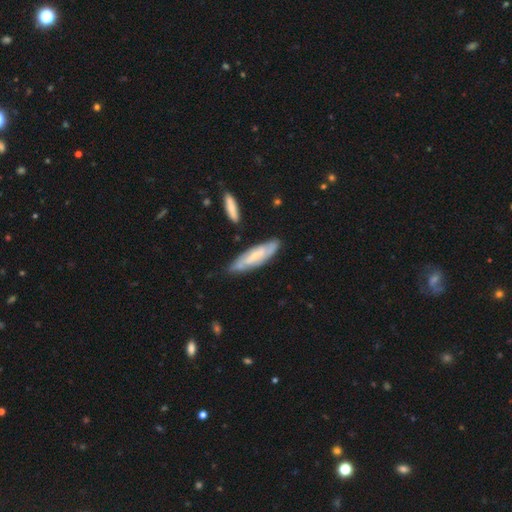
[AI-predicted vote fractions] This appears to be a featured or disk galaxy (61%). Merging: none (73%).